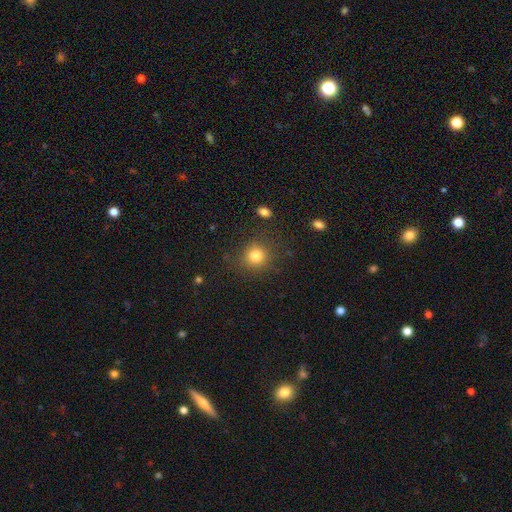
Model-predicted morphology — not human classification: A smooth galaxy with no disk features (81%) that is round (89%).

Vote fractions:
- Smooth or featured? smooth: 81% / star or artifact: 13% / featured or disk: 7%
- How rounded? round: 89% / in between: 10% / cigar-shaped: 1%
- Merging? none: 85% / minor disturbance: 9% / major disturbance: 4% / merger: 2%